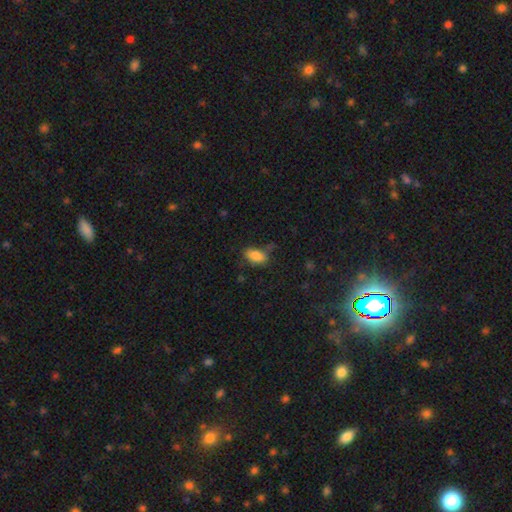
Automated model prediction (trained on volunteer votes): Smooth or featured: smooth — 84% (star or artifact — 9%)
How rounded: in between — 90% (cigar-shaped — 5%)
Merging: none — 63% (minor disturbance — 23%)